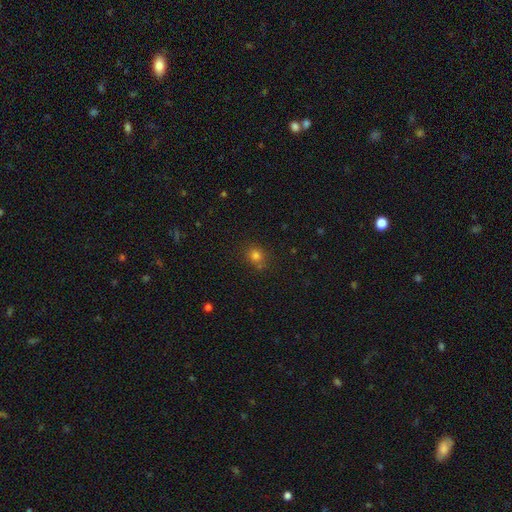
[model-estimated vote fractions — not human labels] smooth_or_featured: smooth (p=0.77) [alt: star or artifact p=0.16]
how_rounded: round (p=0.72) [alt: in between p=0.27]
merging: none (p=0.72) [alt: minor disturbance p=0.16]